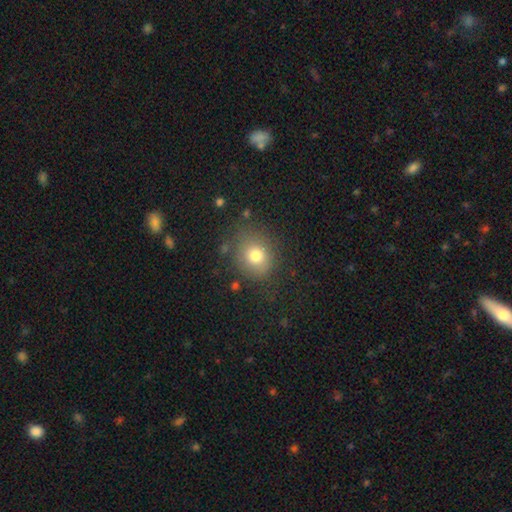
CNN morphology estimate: smooth-or-featured: smooth: 77% | star or artifact: 13% | featured or disk: 11%
  how-rounded: round: 74% | in between: 25% | cigar-shaped: 1%
  merging: none: 77% | minor disturbance: 14% | major disturbance: 6% | merger: 2%